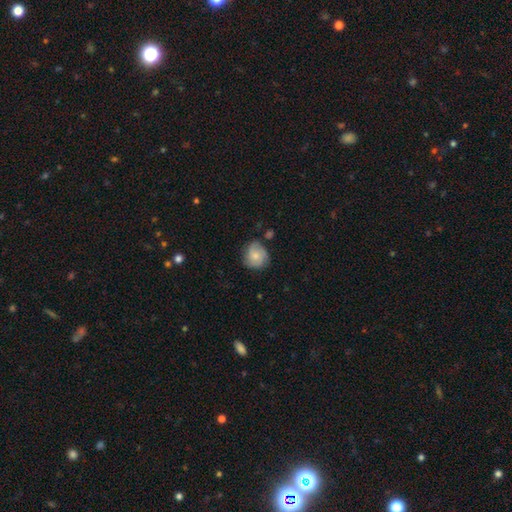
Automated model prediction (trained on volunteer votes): Smooth or featured? Predicted: smooth (p=0.65). How rounded? Predicted: round (p=0.81). Merging? Predicted: none (p=0.66).